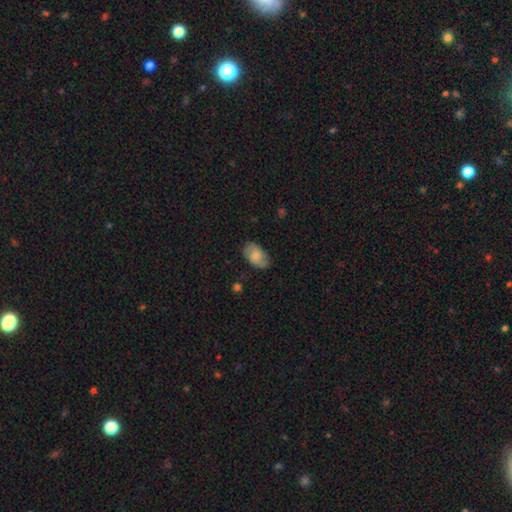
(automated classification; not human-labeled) The model was most divided on "smooth or featured": smooth: 74%, featured or disk: 20%, star or artifact: 7%. More confident: how rounded — in between (93%); merging — none (78%).